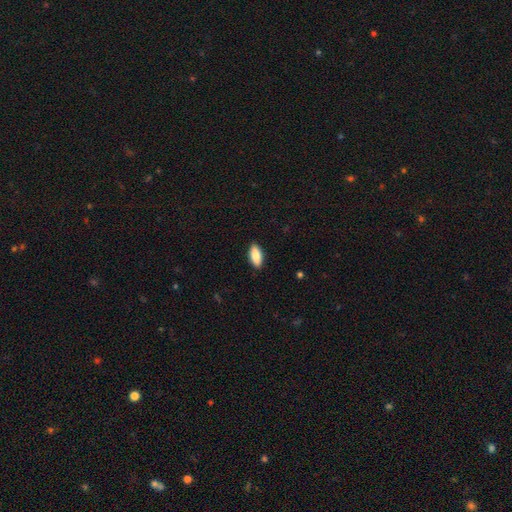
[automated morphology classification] Smooth or featured: smooth — 82% (featured or disk — 12%)
How rounded: in between — 87% (cigar-shaped — 11%)
Merging: none — 89% (minor disturbance — 8%)